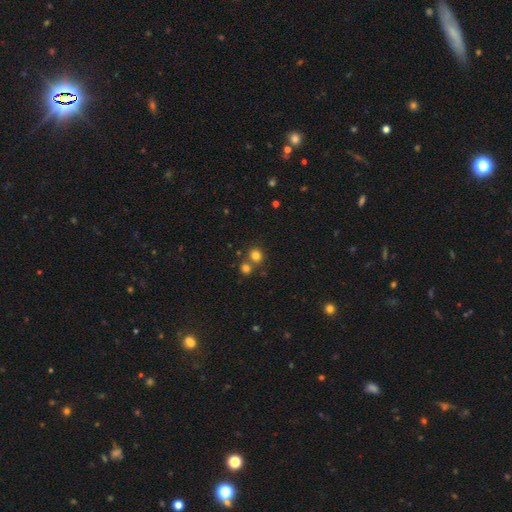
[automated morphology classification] The model was most divided on "merging": none: 65%, merger: 26%, minor disturbance: 7%, major disturbance: 3%. More confident: how rounded — round (86%); smooth or featured — smooth (79%).